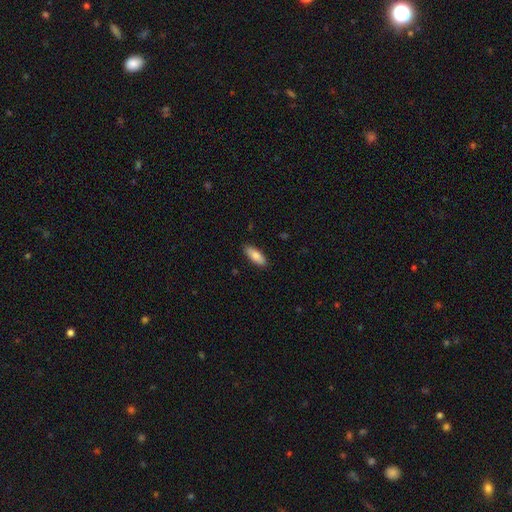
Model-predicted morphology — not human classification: This appears to be a smooth galaxy with no disk features (82%) that is in between round and cigar-shaped (73%). Merging: none (87%).